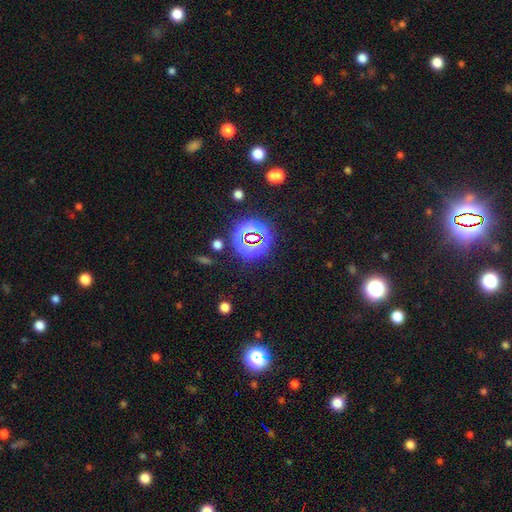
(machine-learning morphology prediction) A star or artifact, not a galaxy (82%).

Vote fractions:
- Smooth or featured? star or artifact: 82% / smooth: 11% / featured or disk: 7%